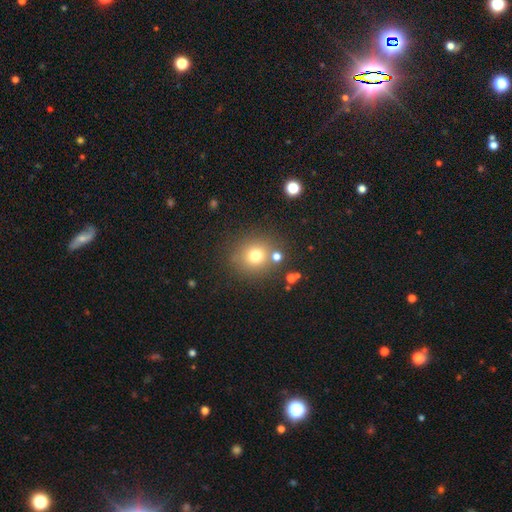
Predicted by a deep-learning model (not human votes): This appears to be a smooth galaxy with no disk features (74%) that is round (87%). Merging: none (78%).